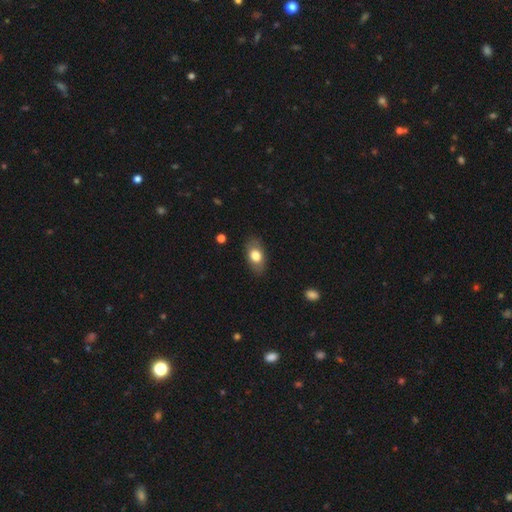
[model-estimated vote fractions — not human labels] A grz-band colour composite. It shows a smooth galaxy with no disk features (74%) that is in between round and cigar-shaped (87%). Merging: none (83%).